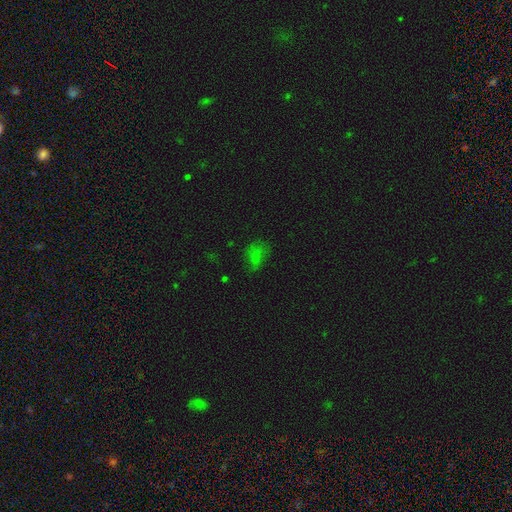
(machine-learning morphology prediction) smooth 62%, star or artifact 24%, featured or disk 14%. Down the decision tree: how rounded — in between (79%); merging — none (48%).